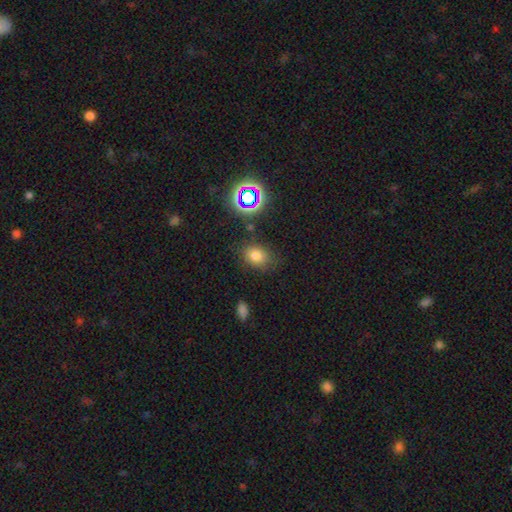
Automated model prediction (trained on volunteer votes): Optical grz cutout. It shows a smooth galaxy with no disk features (72%) that is in between round and cigar-shaped (63%). Merging: none (77%).